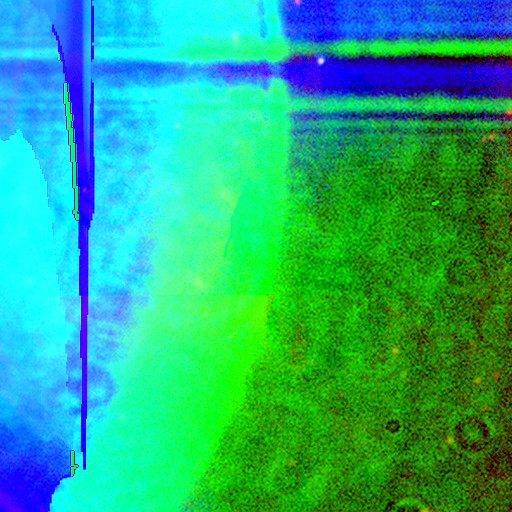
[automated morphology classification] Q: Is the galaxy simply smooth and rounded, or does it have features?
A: star or artifact — 75%.